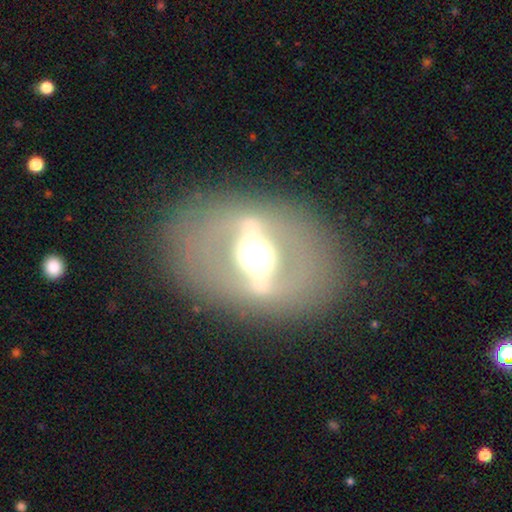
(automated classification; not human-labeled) A featured or disk galaxy (78%) with a strong bar (78%), no spiral arms (86%) and a moderate central bulge (55%). Merging: none (82%).